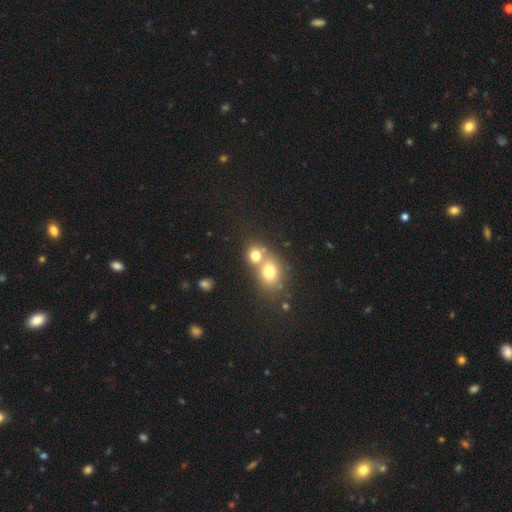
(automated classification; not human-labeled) This appears to be a smooth galaxy with no disk features (74%) that is round (67%). Merging: merger (58%).